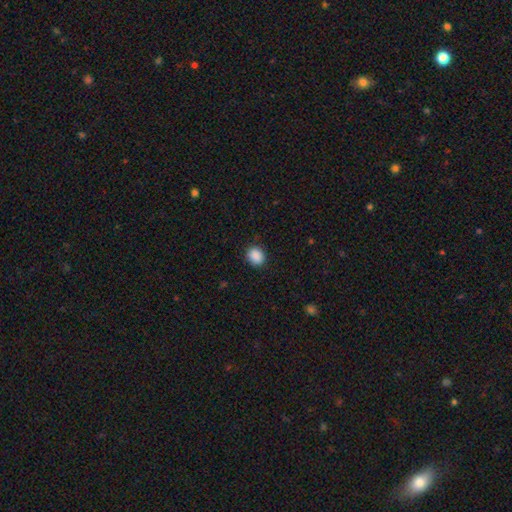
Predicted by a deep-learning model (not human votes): Q: Smooth or featured?
A: smooth (89%); runner-up: star or artifact (9%)
Q: How rounded?
A: round (62%); runner-up: in between (37%)
Q: Merging?
A: none (89%); runner-up: minor disturbance (8%)